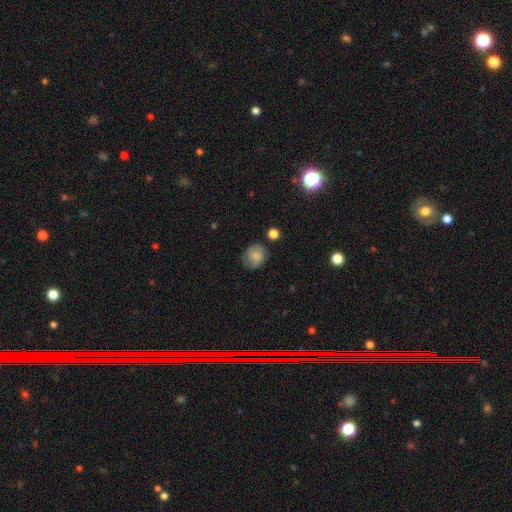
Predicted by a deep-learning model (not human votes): smooth 74%, featured or disk 16%, star or artifact 10%. Down the decision tree: how rounded — round (66%); merging — none (66%).